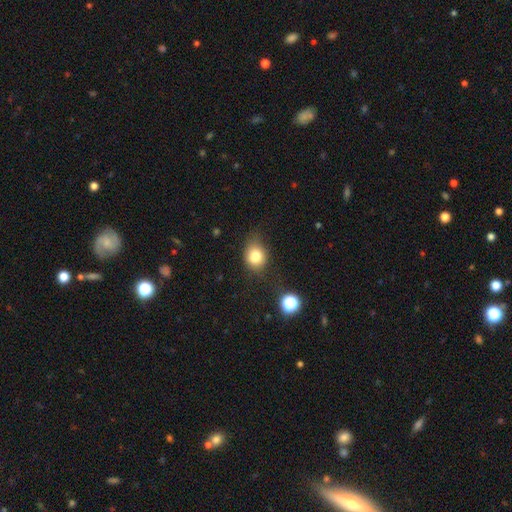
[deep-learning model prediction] Overall: smooth (80%). How rounded: round (54%; in between 45%). Merging: none (66%).